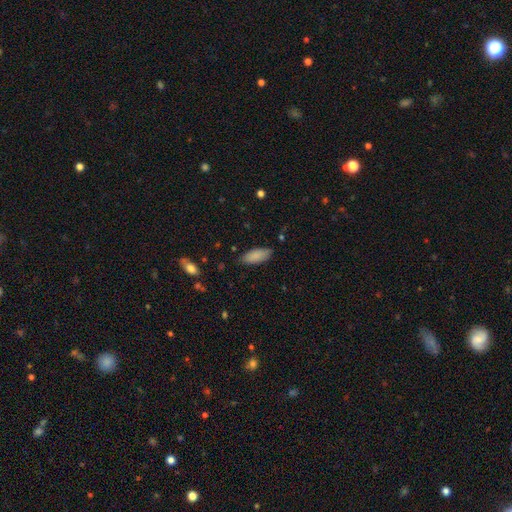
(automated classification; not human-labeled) Morphology: type=smooth (88%); roundness=in between (80%); merging=none (83%).